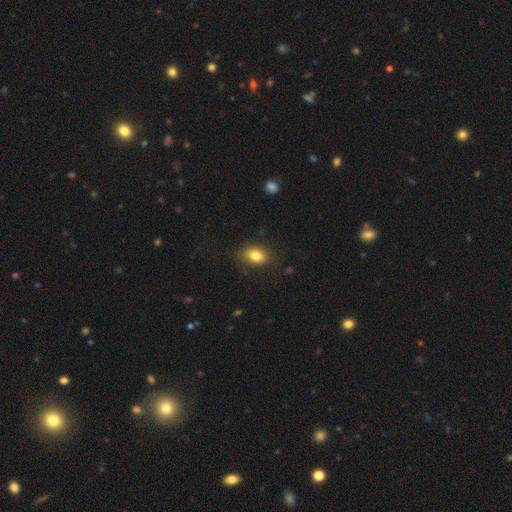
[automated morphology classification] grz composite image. It shows a smooth galaxy with no disk features (82%) that is in between round and cigar-shaped (74%). Merging: none (82%).